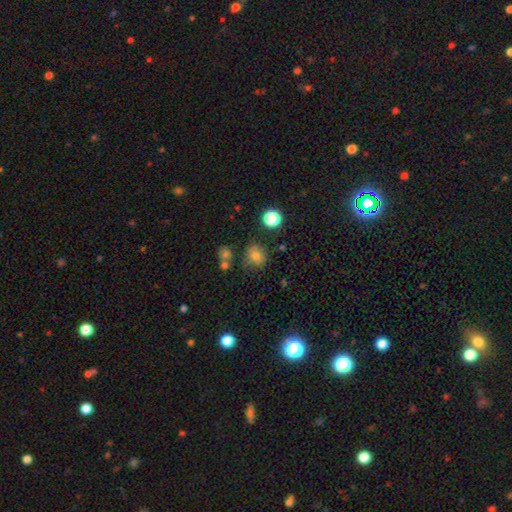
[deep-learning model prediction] Smooth or featured?
  - smooth: 74% *
  - star or artifact: 15%
  - featured or disk: 11%
How rounded?
  - round: 74% *
  - in between: 25%
  - cigar-shaped: 1%
Merging?
  - none: 70% *
  - minor disturbance: 17%
  - merger: 7%
  - major disturbance: 6%